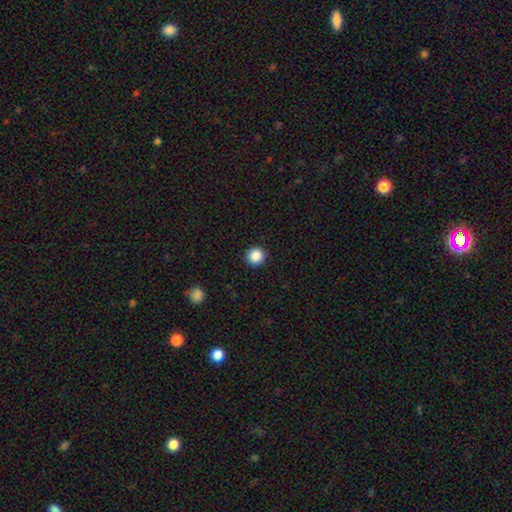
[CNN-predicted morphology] Smooth or featured? Predicted: smooth (p=0.88). How rounded? Predicted: round (p=0.96). Merging? Predicted: none (p=0.93).